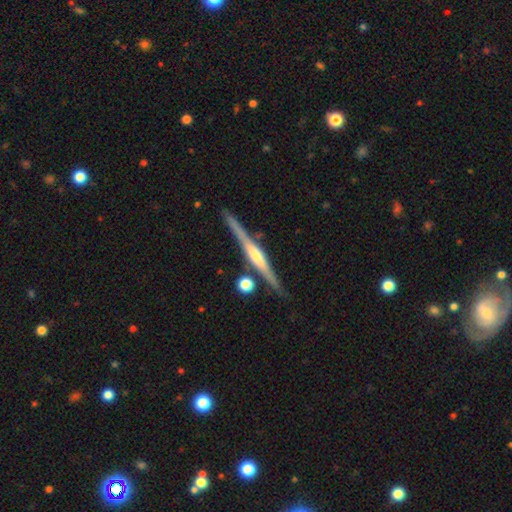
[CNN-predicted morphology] A featured or disk galaxy (77%) viewed edge-on (98%) with a rounded central bulge (64%). Merging: none (84%).